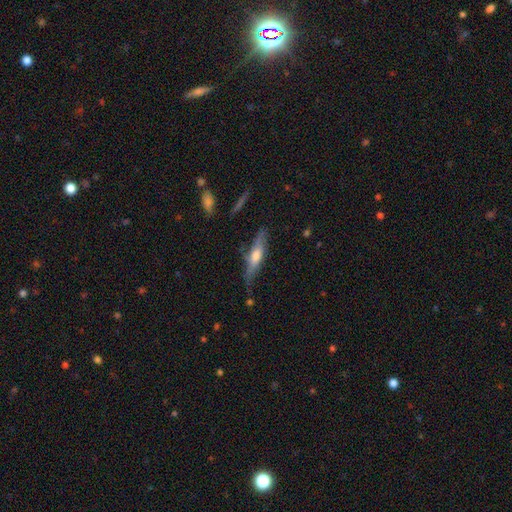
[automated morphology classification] A featured or disk galaxy (53%) viewed edge-on (85%).

Vote fractions:
- Smooth or featured? featured or disk: 53% / smooth: 40% / star or artifact: 7%
- Edge-on disk? yes: 85% / no: 15%
- Merging? none: 67% / minor disturbance: 24% / major disturbance: 6% / merger: 3%